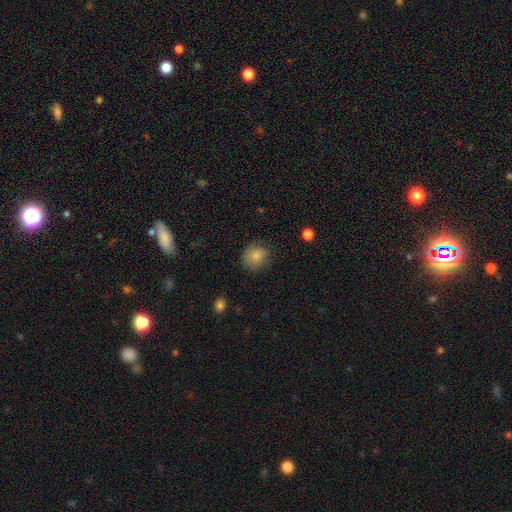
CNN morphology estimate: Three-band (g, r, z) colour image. It shows a smooth galaxy with no disk features (83%) that is round (84%). Merging: none (81%).